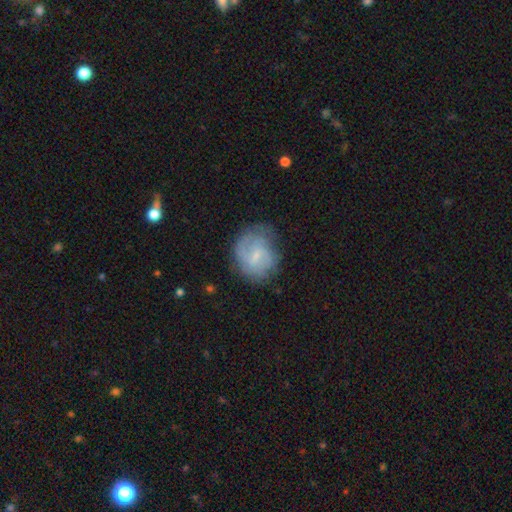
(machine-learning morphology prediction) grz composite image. It shows a featured or disk galaxy (59%) with a weak bar (59%), spiral arms (81%) and a small central bulge (64%). Merging: none (60%).